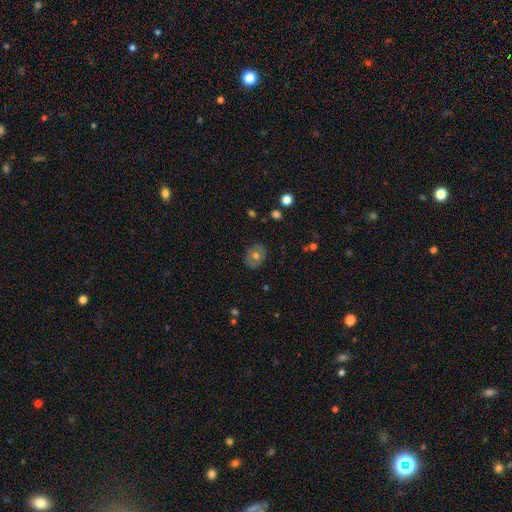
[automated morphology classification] smooth_or_featured: smooth (p=0.61) [alt: featured or disk p=0.30]
how_rounded: in between (p=0.53) [alt: round p=0.46]
merging: none (p=0.84) [alt: minor disturbance p=0.12]